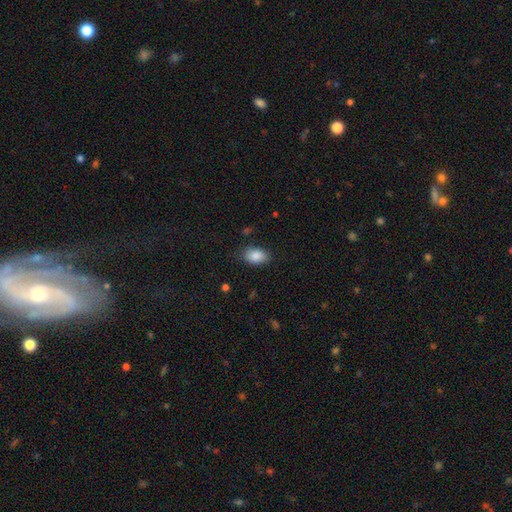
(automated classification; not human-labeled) Smooth or featured: smooth — 87% (star or artifact — 8%)
How rounded: in between — 87% (round — 12%)
Merging: none — 80% (minor disturbance — 15%)